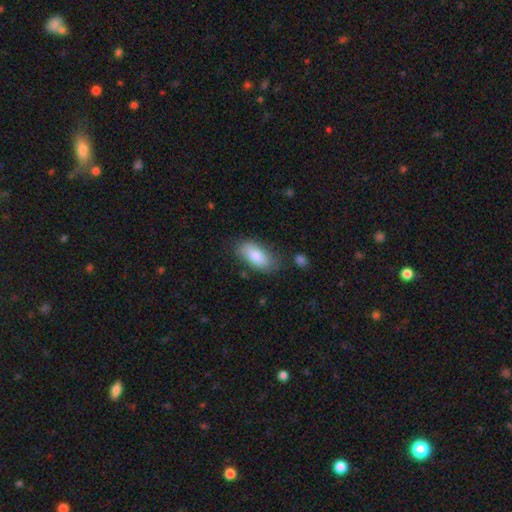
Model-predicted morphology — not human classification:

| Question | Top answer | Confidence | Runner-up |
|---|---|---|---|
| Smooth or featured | smooth | 83% | featured or disk (11%) |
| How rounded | in between | 88% | cigar-shaped (9%) |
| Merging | none | 75% | minor disturbance (18%) |